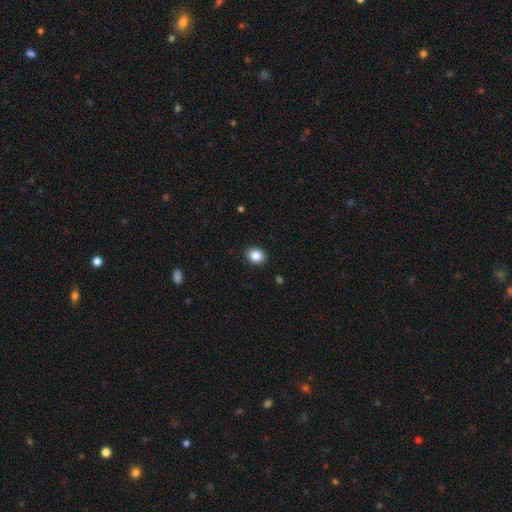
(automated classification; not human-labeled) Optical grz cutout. It shows a smooth galaxy with no disk features (86%) that is in between round and cigar-shaped (52%). Merging: none (91%).